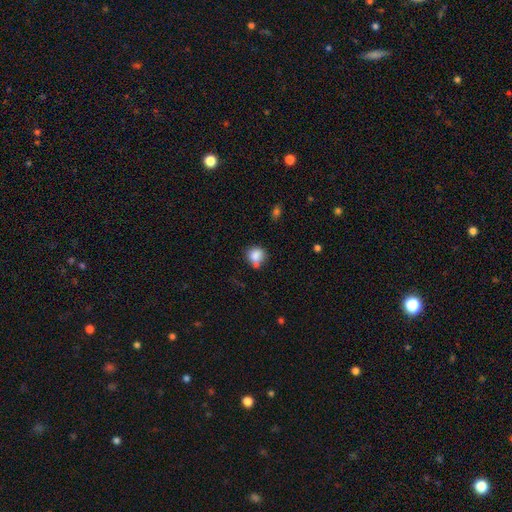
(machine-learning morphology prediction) This appears to be a smooth galaxy with no disk features (82%) that is round (76%). Merging: none (55%).